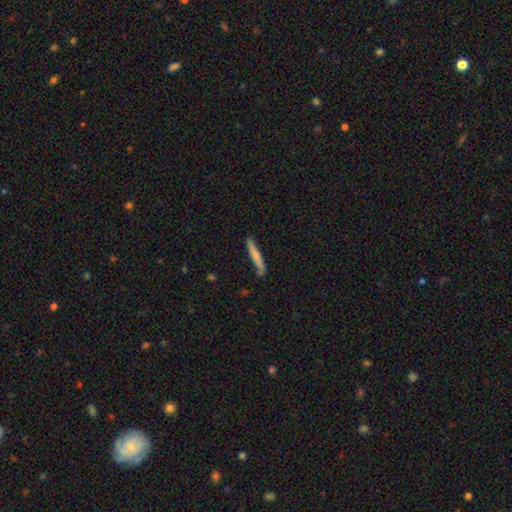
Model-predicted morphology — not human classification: Smooth or featured: smooth — 70% (featured or disk — 24%)
How rounded: cigar-shaped — 95% (in between — 4%)
Merging: none — 80% (minor disturbance — 14%)